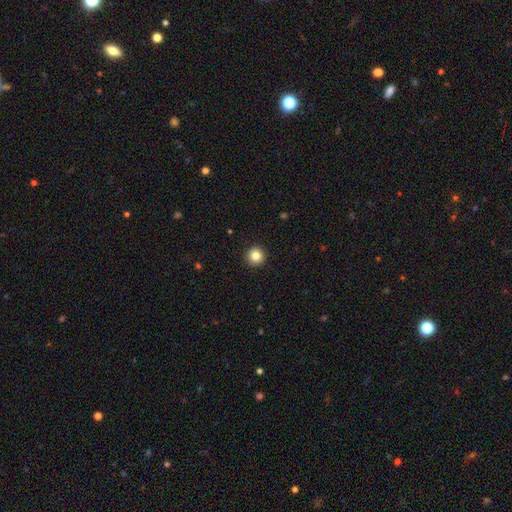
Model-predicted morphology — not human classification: smooth-or-featured: smooth: 84% | star or artifact: 11% | featured or disk: 5%
  how-rounded: round: 96% | in between: 3% | cigar-shaped: 1%
  merging: none: 93% | minor disturbance: 4% | major disturbance: 1% | merger: 1%